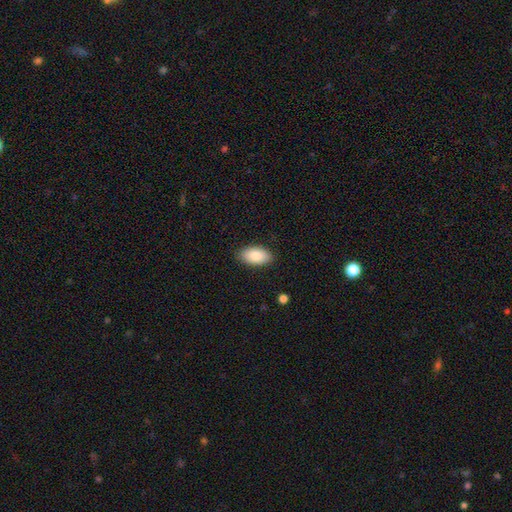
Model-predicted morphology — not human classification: smooth-or-featured: smooth: 86% | featured or disk: 7% | star or artifact: 6%
  how-rounded: in between: 95% | round: 3% | cigar-shaped: 2%
  merging: none: 87% | minor disturbance: 10% | major disturbance: 2% | merger: 1%